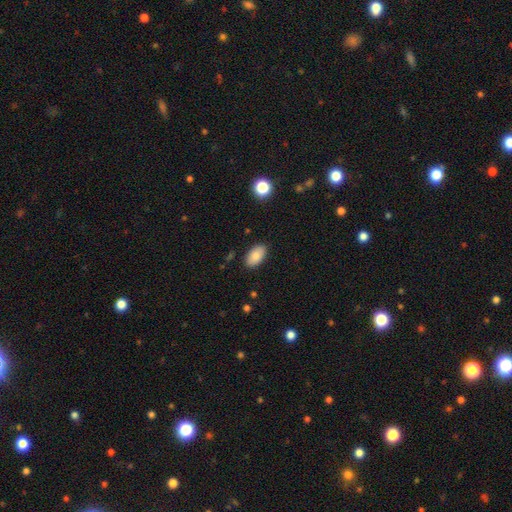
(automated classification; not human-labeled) Smooth or featured? Predicted: smooth (p=0.82). How rounded? Predicted: in between (p=0.94). Merging? Predicted: none (p=0.87).